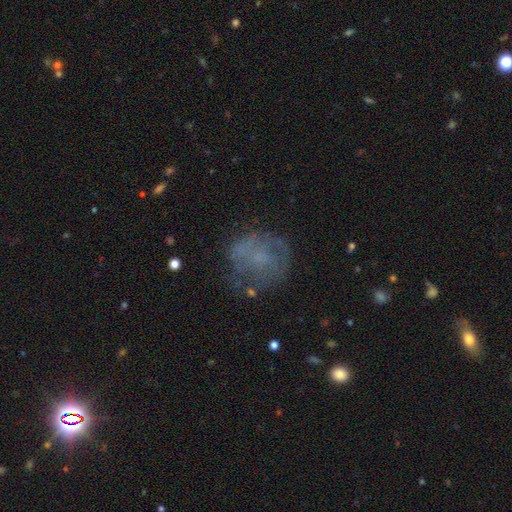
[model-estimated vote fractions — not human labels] smooth_or_featured: featured or disk (p=0.42) [alt: smooth p=0.40]
merging: none (p=0.60) [alt: minor disturbance p=0.20]